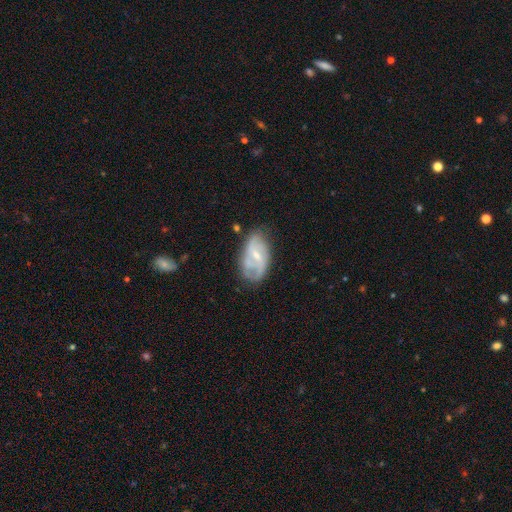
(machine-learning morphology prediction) This is likely a featured or disk galaxy (71%). It is clearly not viewed edge-on (96%). Bar: possibly weak (54%). Spiral arm pattern: clearly yes (83%). Spiral arm count: possibly 2 (54%). Spiral winding: marginally medium (42%). Central bulge: possibly small (54%). Merging: possibly none (58%).